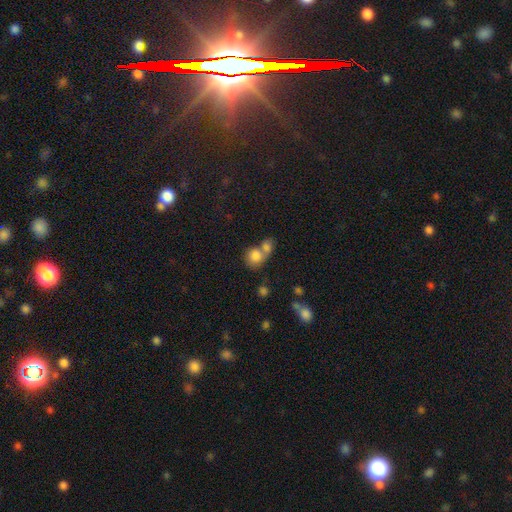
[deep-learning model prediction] This is likely a smooth galaxy (80%). How rounded: likely round (67%). Merging: likely merger (61%).